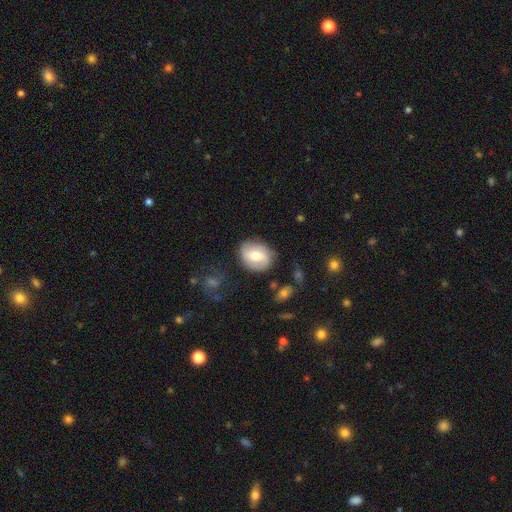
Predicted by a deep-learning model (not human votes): smooth 55%, featured or disk 38%, star or artifact 7%. Down the decision tree: how rounded — round (53%); merging — none (79%).